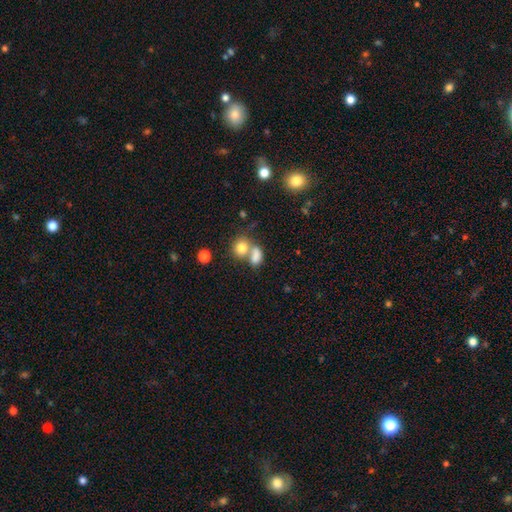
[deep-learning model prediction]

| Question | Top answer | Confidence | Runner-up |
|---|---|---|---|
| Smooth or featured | smooth | 80% | star or artifact (10%) |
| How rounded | in between | 71% | round (26%) |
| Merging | merger | 56% | none (29%) |